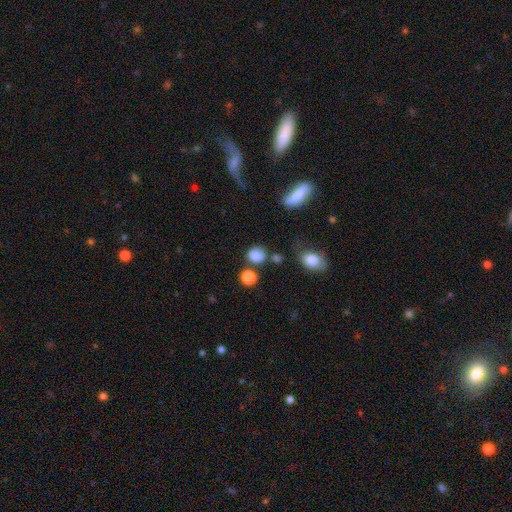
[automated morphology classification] smooth-or-featured: smooth: 81% | star or artifact: 13% | featured or disk: 6%
  how-rounded: round: 67% | in between: 32% | cigar-shaped: 1%
  merging: none: 62% | minor disturbance: 18% | merger: 13% | major disturbance: 7%